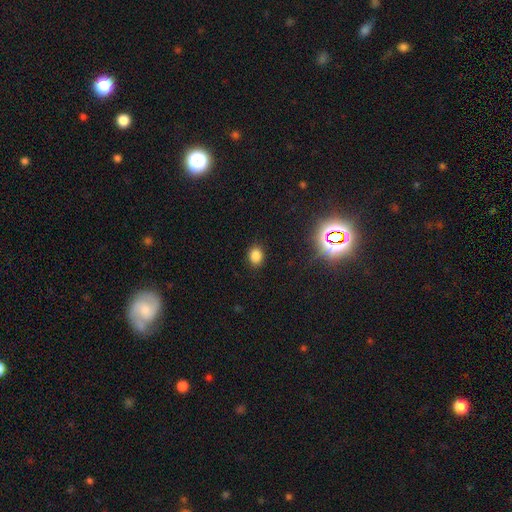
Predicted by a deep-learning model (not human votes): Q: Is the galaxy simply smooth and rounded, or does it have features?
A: smooth — 81%.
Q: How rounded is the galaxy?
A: in between — 51%.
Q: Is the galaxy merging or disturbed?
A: none — 87%.